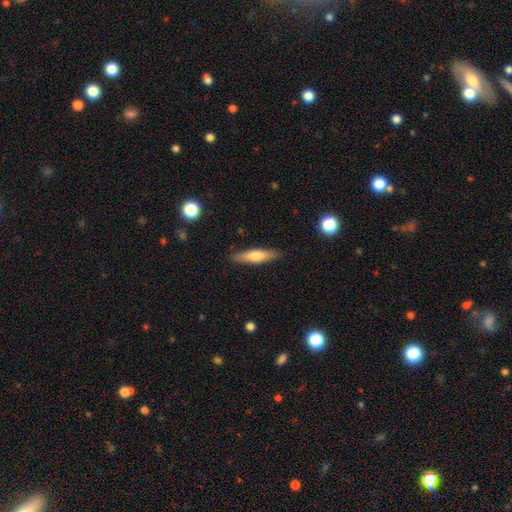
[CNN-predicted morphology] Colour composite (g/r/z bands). It shows a smooth galaxy with no disk features (55%) that is cigar-shaped (77%). Merging: none (89%).